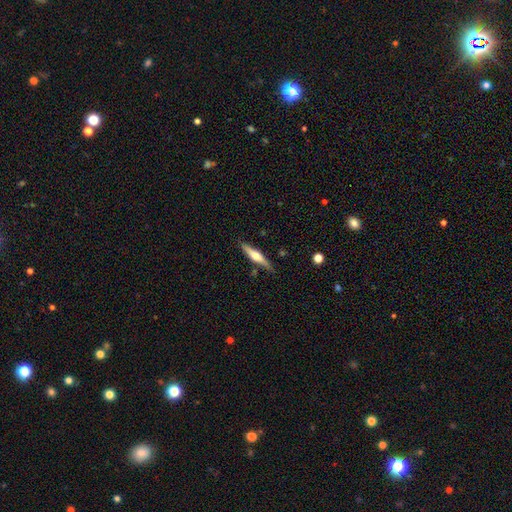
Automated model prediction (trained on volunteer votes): This appears to be a featured or disk galaxy (58%) viewed edge-on (95%) with a rounded central bulge (91%). Merging: none (81%).